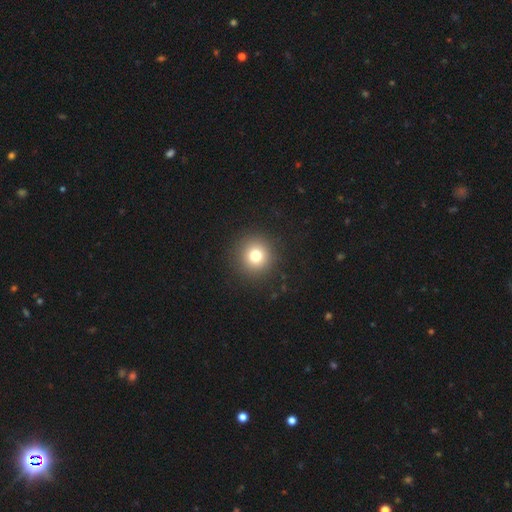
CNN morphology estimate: Overall: smooth (76%). How rounded: round (95%). Merging: none (91%).